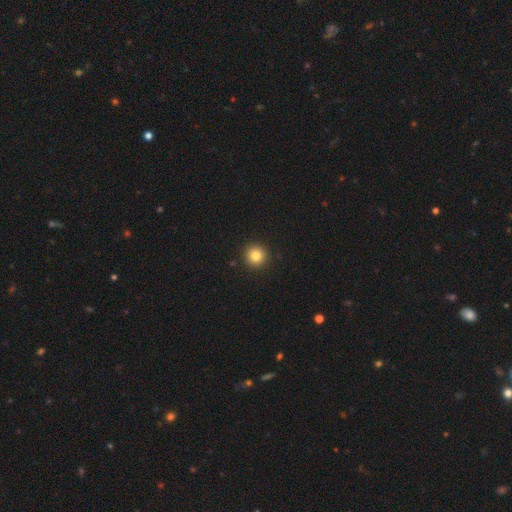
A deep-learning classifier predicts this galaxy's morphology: Smooth or featured? Predicted: smooth (p=0.83). How rounded? Predicted: round (p=0.95). Merging? Predicted: none (p=0.93).